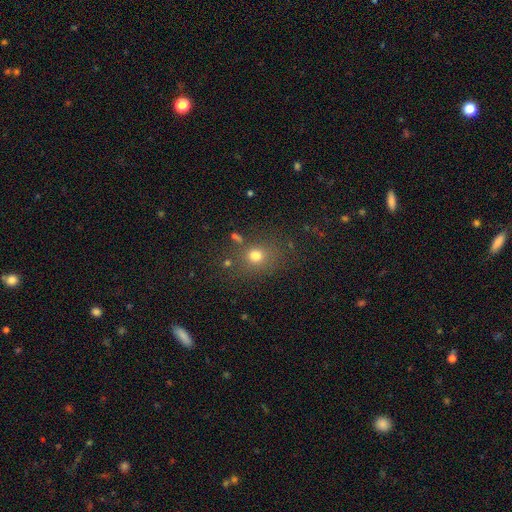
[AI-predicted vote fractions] Q: Smooth or featured?
A: smooth (72%); runner-up: star or artifact (19%)
Q: How rounded?
A: round (70%); runner-up: in between (29%)
Q: Merging?
A: none (72%); runner-up: minor disturbance (14%)